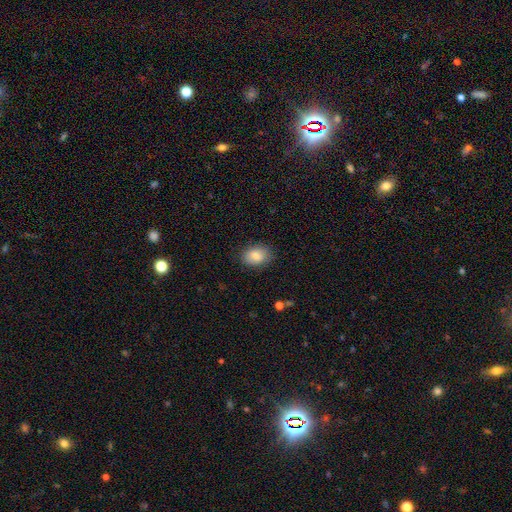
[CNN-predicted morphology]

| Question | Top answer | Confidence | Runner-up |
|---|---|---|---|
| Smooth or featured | smooth | 84% | featured or disk (9%) |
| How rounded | in between | 75% | round (24%) |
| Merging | none | 84% | minor disturbance (12%) |